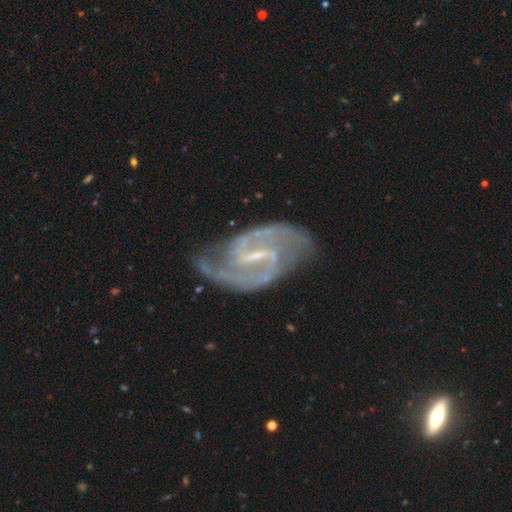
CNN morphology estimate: Smooth or featured: featured or disk — 92% (star or artifact — 5%)
Edge-on disk: no — 97% (yes — 3%)
Bar: weak — 46% (strong — 44%)
Spiral arms: yes — 98% (no — 2%)
Spiral winding: medium — 59% (tight — 23%)
Spiral arm count: 2 — 90% (can't tell — 3%)
Bulge size: small — 61% (none — 21%)
Merging: none — 72% (minor disturbance — 18%)